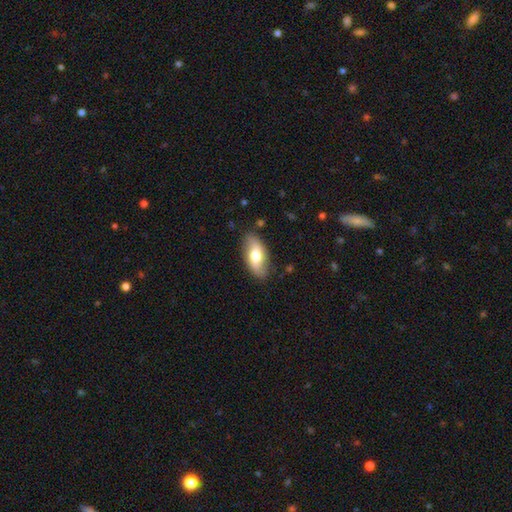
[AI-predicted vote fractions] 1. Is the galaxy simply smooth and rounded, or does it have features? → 57% smooth, 37% featured or disk, 6% star or artifact.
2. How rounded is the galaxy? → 88% in between, 8% cigar-shaped, 4% round.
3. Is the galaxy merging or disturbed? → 83% none, 13% minor disturbance, 3% major disturbance, 1% merger.